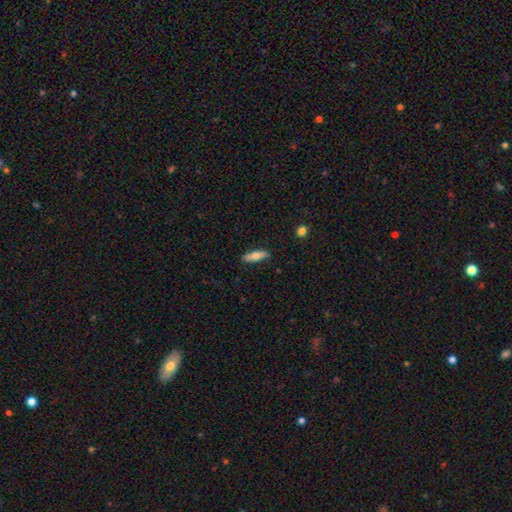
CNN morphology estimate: smooth 62%, featured or disk 32%, star or artifact 6%. Down the decision tree: how rounded — cigar-shaped (58%); merging — none (85%).